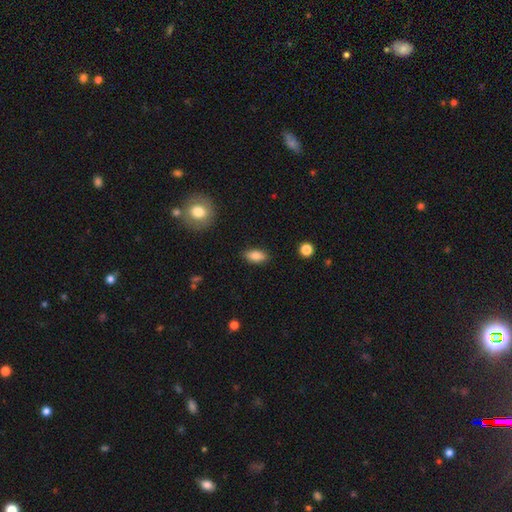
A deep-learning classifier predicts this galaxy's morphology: smooth_or_featured: smooth (p=0.84) [alt: featured or disk p=0.08]
how_rounded: in between (p=0.88) [alt: cigar-shaped p=0.08]
merging: none (p=0.87) [alt: minor disturbance p=0.09]